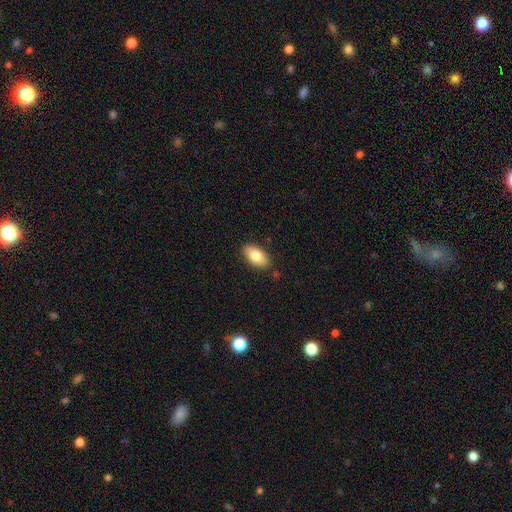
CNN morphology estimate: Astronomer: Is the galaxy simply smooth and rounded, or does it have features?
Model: smooth — 77%.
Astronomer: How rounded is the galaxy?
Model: in between — 91%.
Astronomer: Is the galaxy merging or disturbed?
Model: none — 85%.